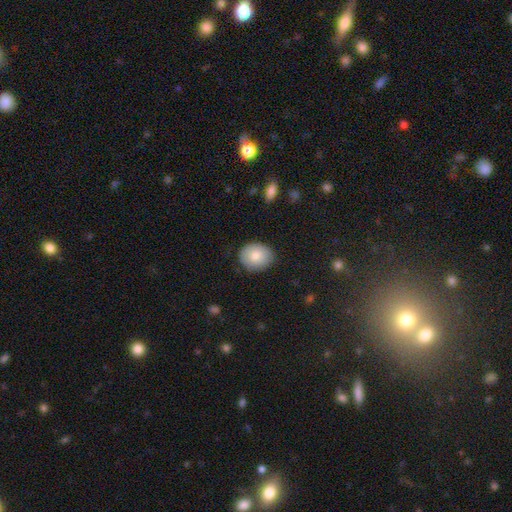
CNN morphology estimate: smooth 80%, featured or disk 13%, star or artifact 7%. Down the decision tree: how rounded — round (63%); merging — none (83%).